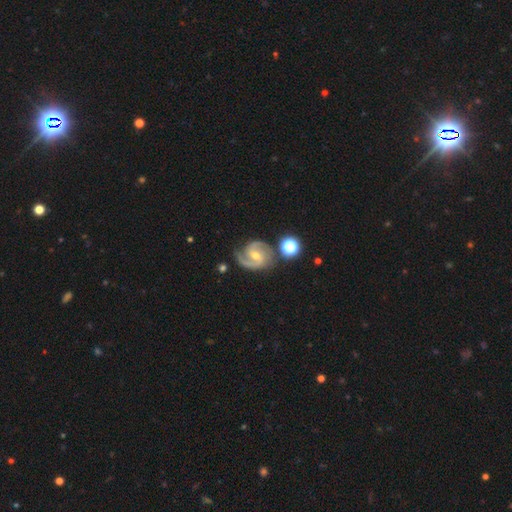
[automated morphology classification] This appears to be a featured or disk galaxy (90%) with a weak bar (50%), 2 (87%) medium (59%) spiral arms (98%) and a moderate central bulge (49%). Merging: none (73%).